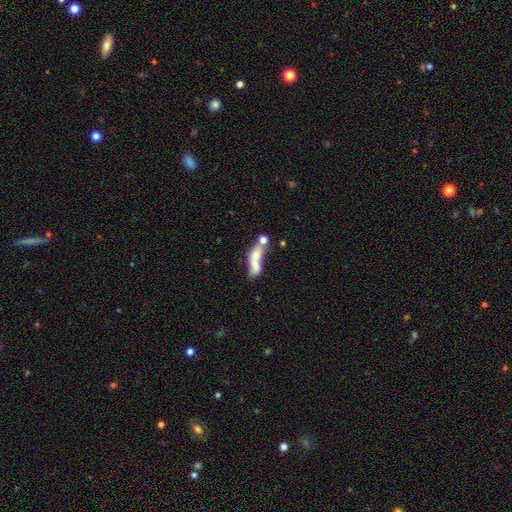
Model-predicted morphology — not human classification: smooth_or_featured: smooth (p=0.56) [alt: featured or disk p=0.34]
how_rounded: in between (p=0.52) [alt: cigar-shaped p=0.42]
merging: merger (p=0.51) [alt: none p=0.20]